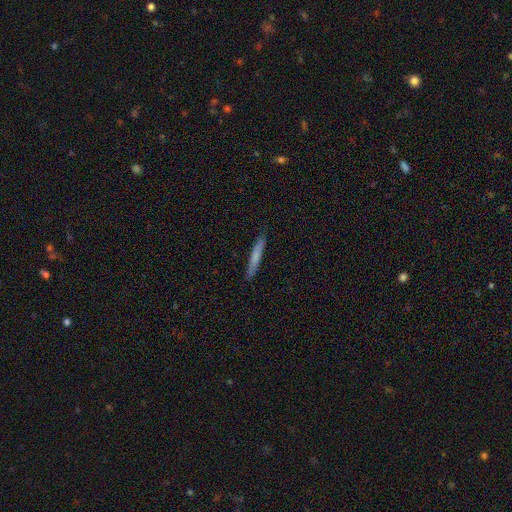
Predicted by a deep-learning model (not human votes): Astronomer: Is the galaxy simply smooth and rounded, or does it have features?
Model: smooth — 71%.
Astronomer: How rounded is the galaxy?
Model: cigar-shaped — 95%.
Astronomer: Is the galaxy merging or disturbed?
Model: none — 89%.